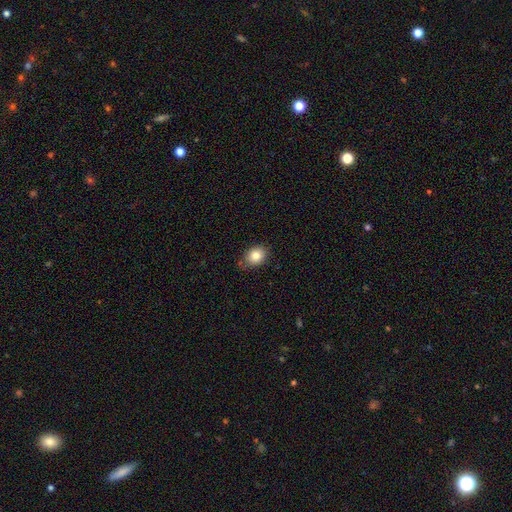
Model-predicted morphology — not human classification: smooth-or-featured: smooth: 83% | star or artifact: 10% | featured or disk: 8%
  how-rounded: in between: 51% | round: 48% | cigar-shaped: 1%
  merging: none: 76% | minor disturbance: 19% | major disturbance: 3% | merger: 2%